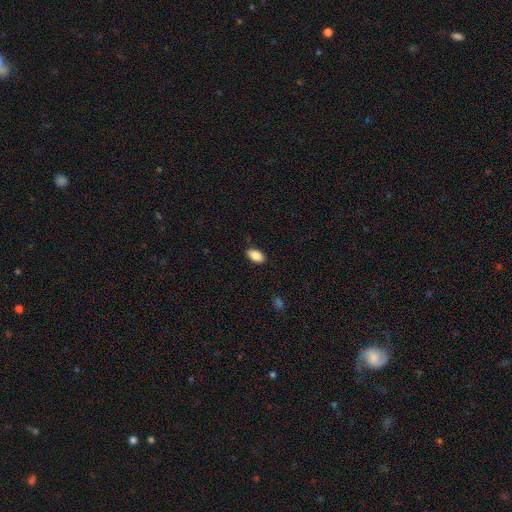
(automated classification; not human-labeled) The model was most divided on "merging": none: 88%, minor disturbance: 9%, major disturbance: 2%, merger: 1%. More confident: how rounded — in between (93%); smooth or featured — smooth (88%).